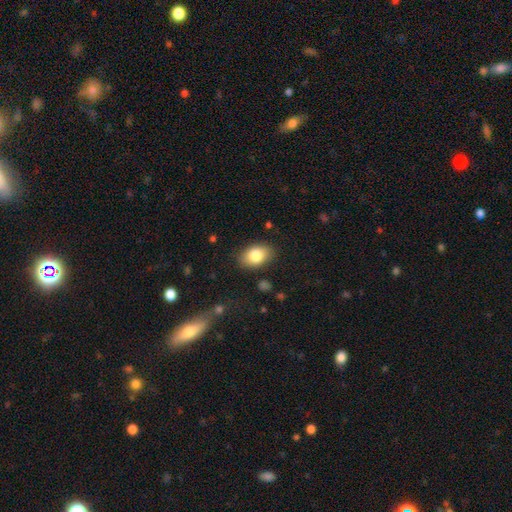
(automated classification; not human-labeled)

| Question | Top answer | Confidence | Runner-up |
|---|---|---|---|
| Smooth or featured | smooth | 83% | featured or disk (10%) |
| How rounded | in between | 86% | round (13%) |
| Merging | none | 84% | minor disturbance (12%) |